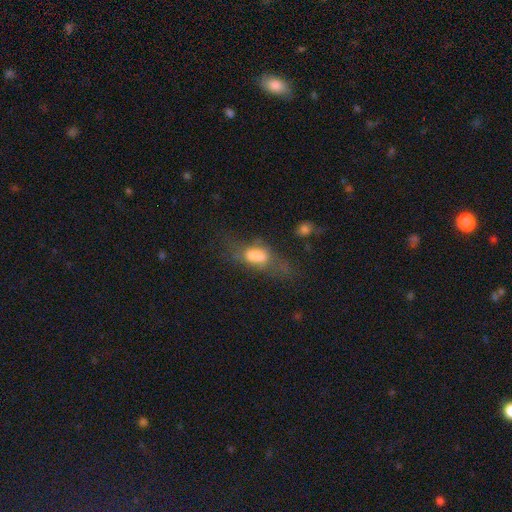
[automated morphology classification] A smooth galaxy with no disk features (49%).

Vote fractions:
- Smooth or featured? smooth: 49% / featured or disk: 35% / star or artifact: 16%
- Merging? none: 34% / merger: 25% / major disturbance: 24% / minor disturbance: 17%